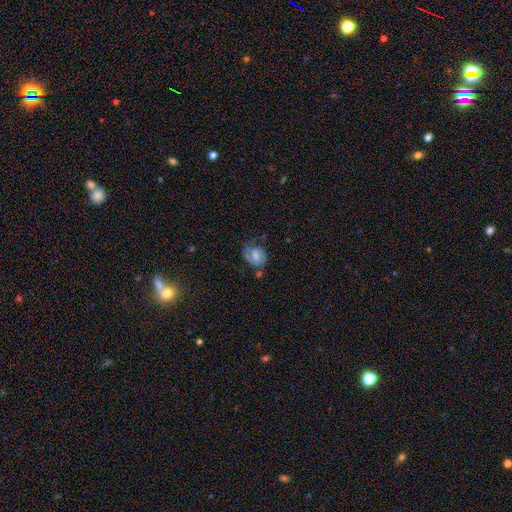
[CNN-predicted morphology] Smooth or featured? Predicted: smooth (p=0.46). Merging? Predicted: none (p=0.45).